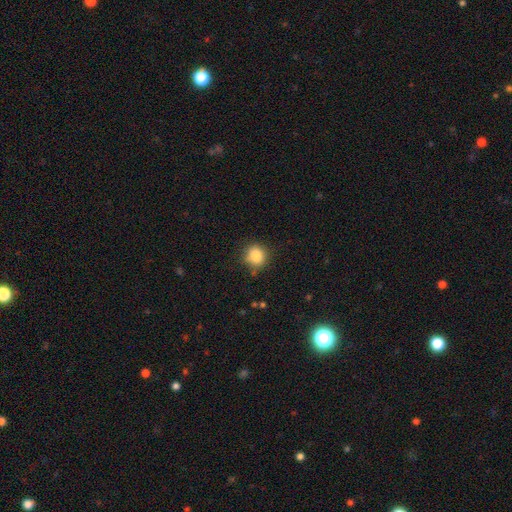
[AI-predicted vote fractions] smooth_or_featured: smooth (p=0.85) [alt: star or artifact p=0.10]
how_rounded: round (p=0.84) [alt: in between p=0.15]
merging: none (p=0.81) [alt: minor disturbance p=0.14]